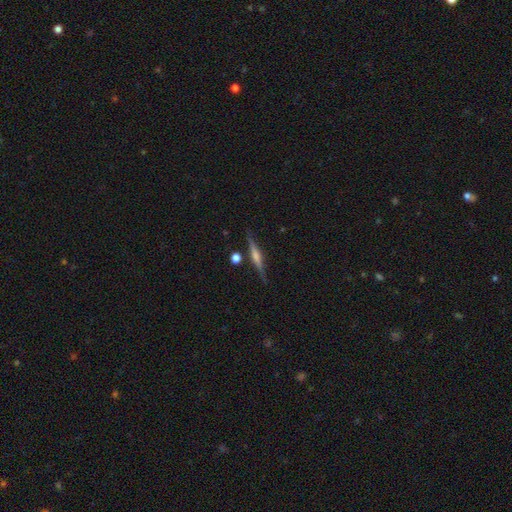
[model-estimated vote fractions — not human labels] Smooth or featured? Predicted: featured or disk (p=0.76). Edge-on disk? Predicted: yes (p=0.98). Edge-on bulge? Predicted: rounded (p=0.70). Merging? Predicted: none (p=0.88).